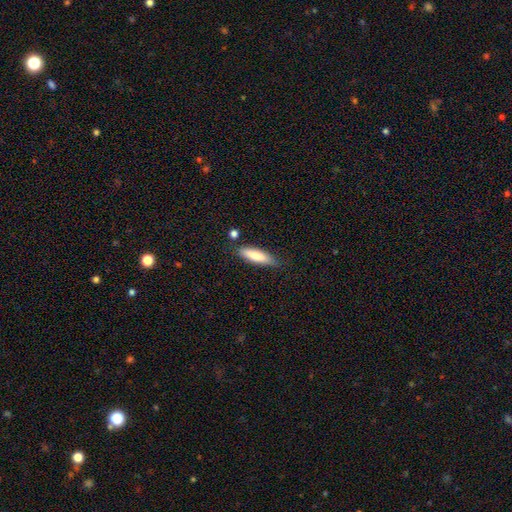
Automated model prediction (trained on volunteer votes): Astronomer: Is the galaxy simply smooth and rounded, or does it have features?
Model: smooth — 80%.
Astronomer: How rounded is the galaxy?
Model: cigar-shaped — 60% (runner-up: in between, 38%).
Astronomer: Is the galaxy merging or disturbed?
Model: none — 73%.